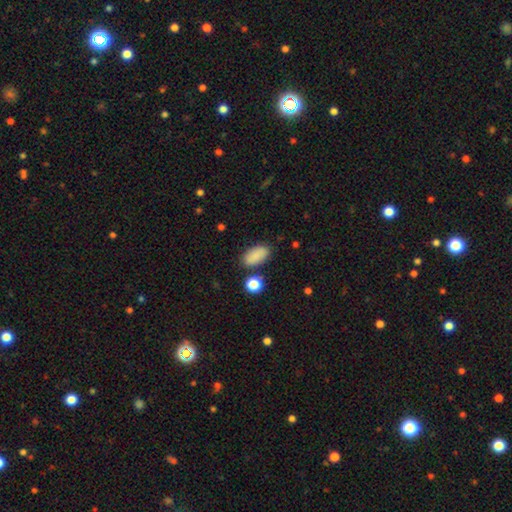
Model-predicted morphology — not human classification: A smooth galaxy with no disk features (87%) that is in between round and cigar-shaped (92%). Merging: none (82%).